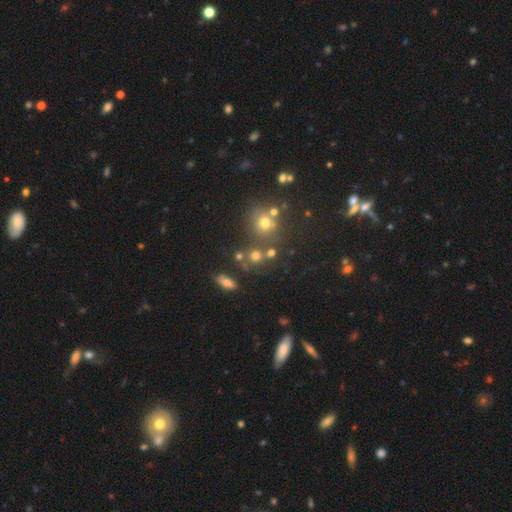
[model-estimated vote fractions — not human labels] Smooth or featured?
  - smooth: 65% *
  - star or artifact: 23%
  - featured or disk: 12%
How rounded?
  - round: 79% *
  - in between: 19%
  - cigar-shaped: 2%
Merging?
  - none: 60% *
  - merger: 23%
  - minor disturbance: 11%
  - major disturbance: 6%